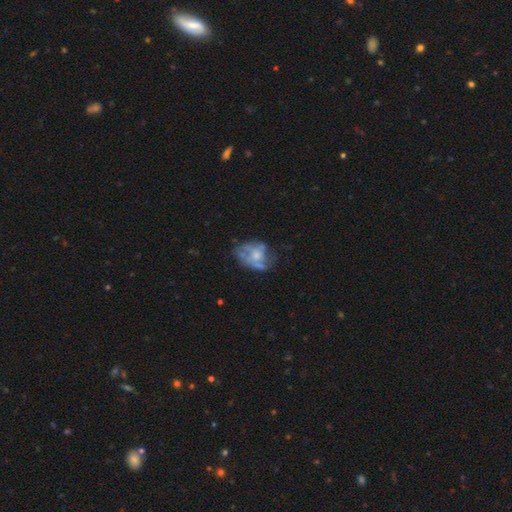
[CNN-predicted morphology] A featured or disk galaxy (62%) with no bar (82%), no spiral arms (60%) and a moderate central bulge (38%). Merging: none (45%).